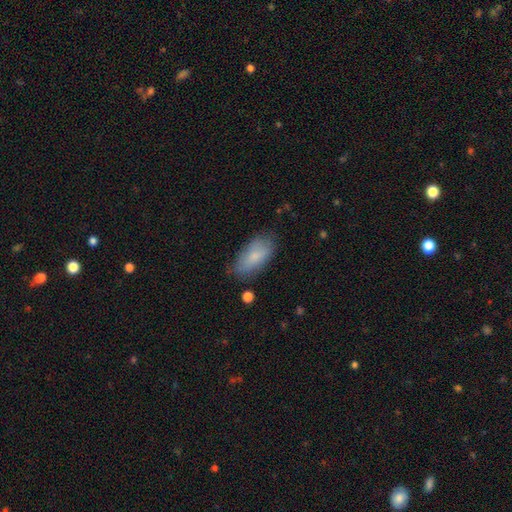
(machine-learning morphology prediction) Smooth or featured? smooth (80%)
How rounded? in between (90%)
Merging? none (69%)